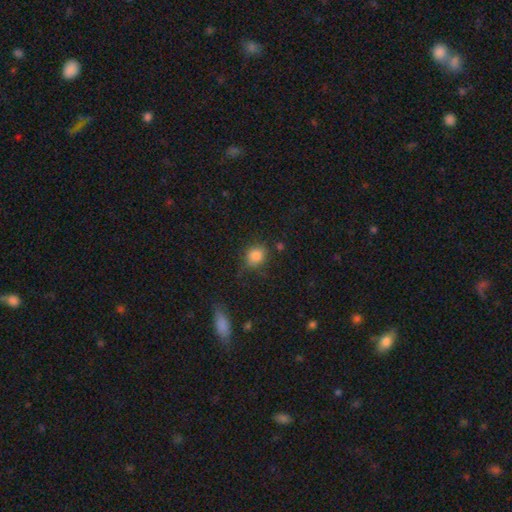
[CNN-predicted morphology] type=smooth (82%); roundness=round (75%); merging=none (71%).